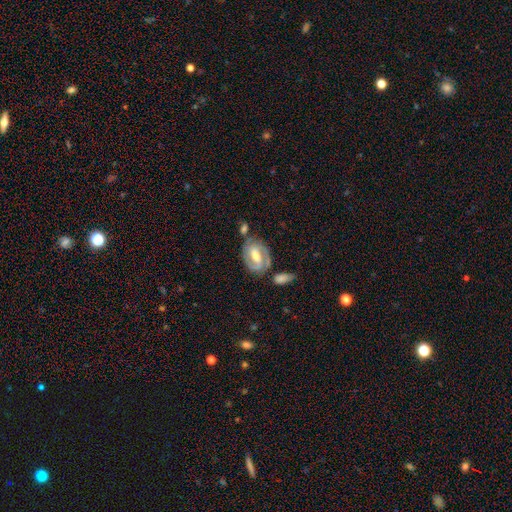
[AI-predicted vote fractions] smooth_or_featured: featured or disk (p=0.77) [alt: smooth p=0.17]
disk_edge_on: no (p=0.95) [alt: yes p=0.05]
bar: weak (p=0.43) [alt: strong p=0.39]
has_spiral_arms: yes (p=0.87) [alt: no p=0.13]
spiral_winding: tight (p=0.55) [alt: medium p=0.37]
spiral_arm_count: 2 (p=0.79) [alt: can't tell p=0.11]
bulge_size: moderate (p=0.64) [alt: small p=0.21]
merging: none (p=0.65) [alt: minor disturbance p=0.17]